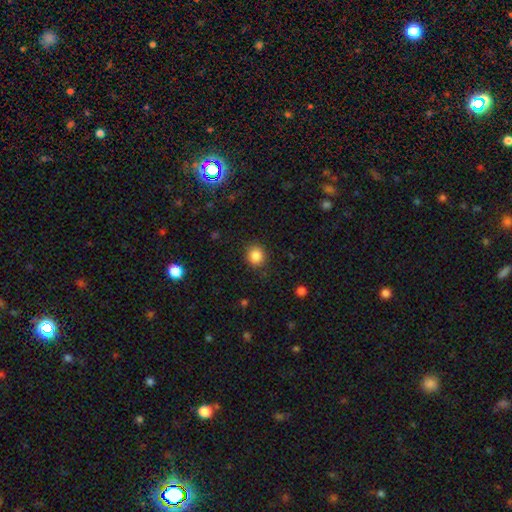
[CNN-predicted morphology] type=smooth (85%); roundness=round (82%); merging=none (88%).